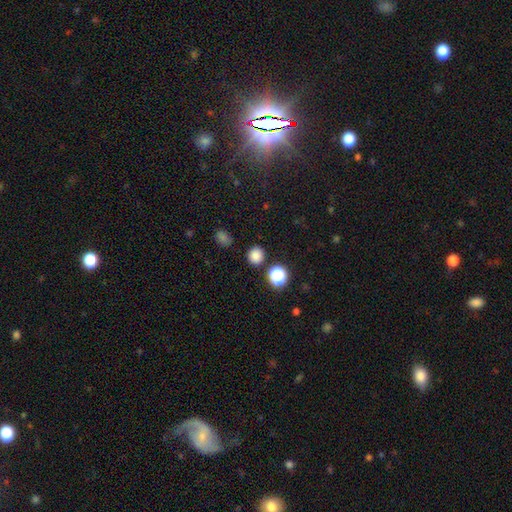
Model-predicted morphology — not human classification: The model was most divided on "smooth or featured": smooth: 81%, star or artifact: 16%, featured or disk: 4%. More confident: how rounded — round (90%); merging — none (87%).